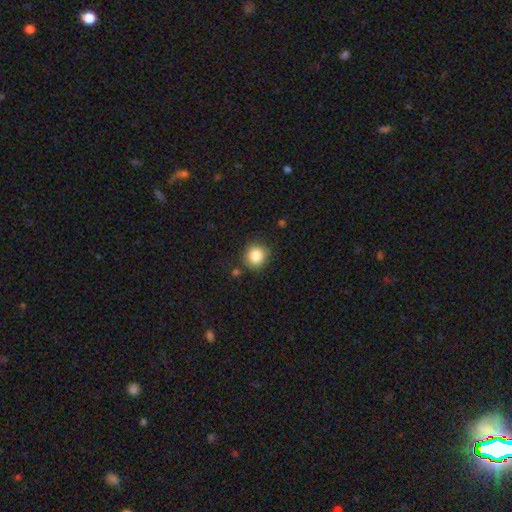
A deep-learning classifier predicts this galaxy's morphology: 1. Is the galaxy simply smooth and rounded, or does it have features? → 85% smooth, 10% star or artifact, 6% featured or disk.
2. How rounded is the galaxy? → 89% round, 10% in between, 1% cigar-shaped.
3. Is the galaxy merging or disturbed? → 84% none, 11% minor disturbance, 3% merger, 3% major disturbance.